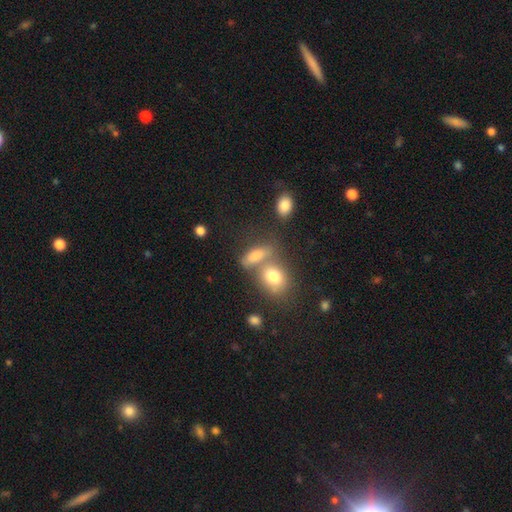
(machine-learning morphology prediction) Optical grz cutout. It shows a smooth galaxy with no disk features (71%) that is in between round and cigar-shaped (68%). Merging: none (42%).